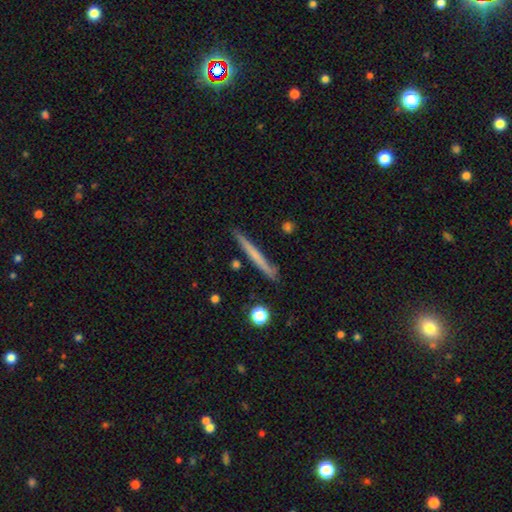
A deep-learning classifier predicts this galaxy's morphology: Overall: smooth (56%; featured or disk 38%). How rounded: cigar-shaped (96%). Merging: none (87%).